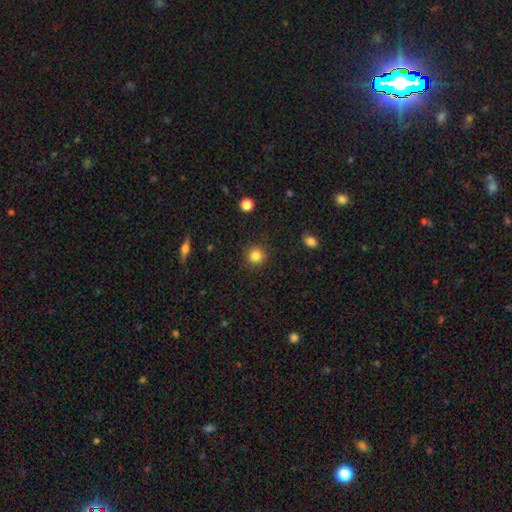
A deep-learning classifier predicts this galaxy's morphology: type=smooth (84%); roundness=round (93%); merging=none (90%).